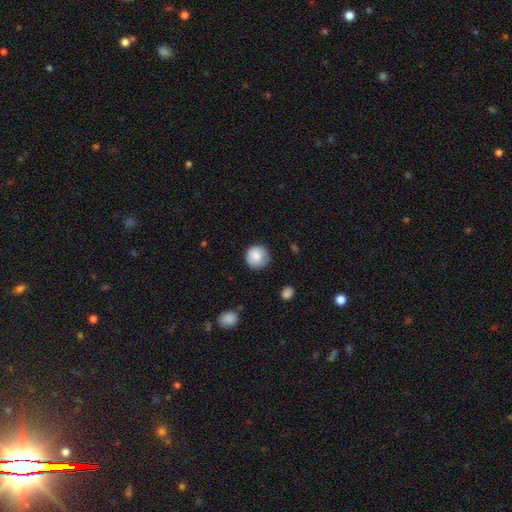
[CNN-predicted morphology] smooth-or-featured: smooth: 85% | featured or disk: 8% | star or artifact: 8%
  how-rounded: round: 95% | in between: 4% | cigar-shaped: 1%
  merging: none: 84% | minor disturbance: 12% | major disturbance: 3% | merger: 1%